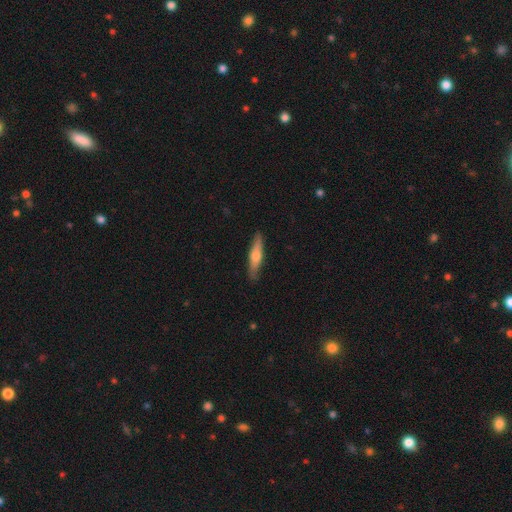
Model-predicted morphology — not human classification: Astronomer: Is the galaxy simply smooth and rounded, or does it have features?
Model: smooth — 49% (runner-up: featured or disk, 45%).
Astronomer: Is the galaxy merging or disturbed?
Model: none — 86%.